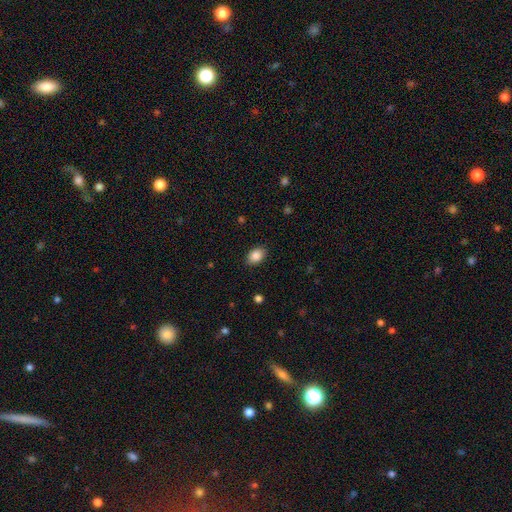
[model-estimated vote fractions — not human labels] The model was most divided on "how rounded": in between: 81%, round: 18%, cigar-shaped: 1%. More confident: merging — none (87%); smooth or featured — smooth (87%).